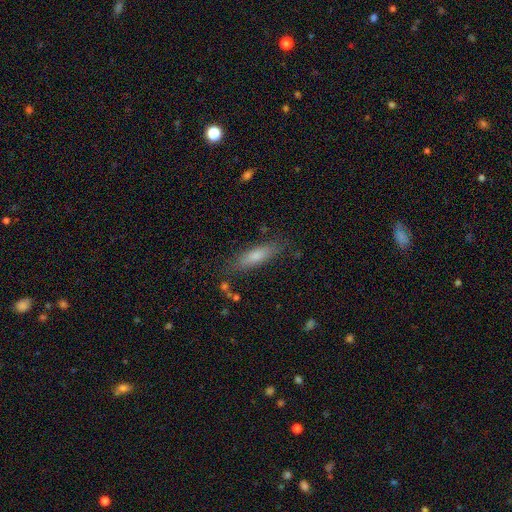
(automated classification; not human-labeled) This appears to be a smooth galaxy with no disk features (68%) that is cigar-shaped (63%). Merging: none (81%).